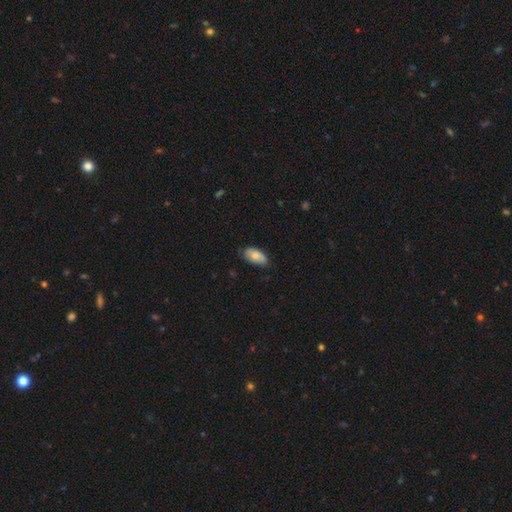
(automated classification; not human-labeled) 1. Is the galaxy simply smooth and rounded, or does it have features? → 75% smooth, 19% featured or disk, 6% star or artifact.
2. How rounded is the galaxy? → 94% in between, 3% round, 3% cigar-shaped.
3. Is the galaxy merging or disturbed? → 69% none, 26% minor disturbance, 4% major disturbance, 1% merger.